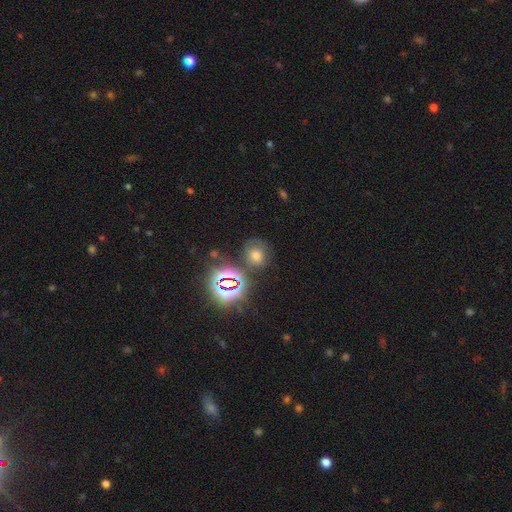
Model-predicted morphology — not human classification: A smooth galaxy with no disk features (50%) that is round (70%). Merging: none (67%).